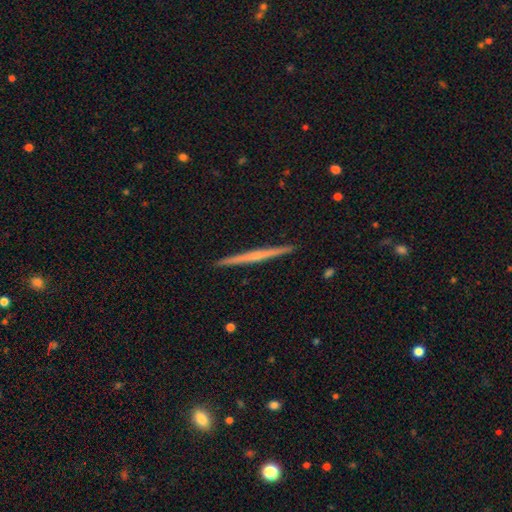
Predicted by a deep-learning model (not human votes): This appears to be a featured or disk galaxy (64%) viewed edge-on (98%) with no central bulge (65%). Merging: none (93%).